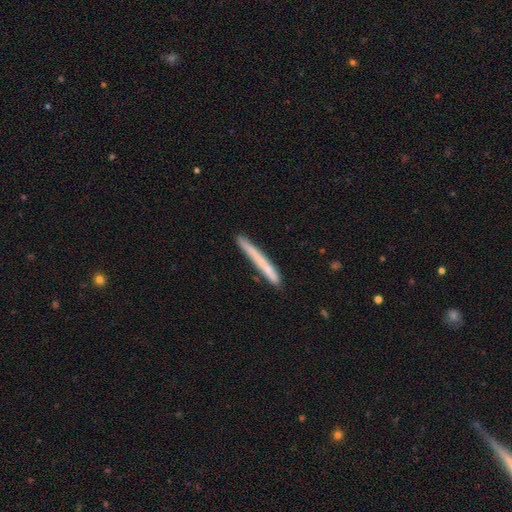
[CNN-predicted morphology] type=smooth (60%); roundness=cigar-shaped (97%); merging=none (85%).